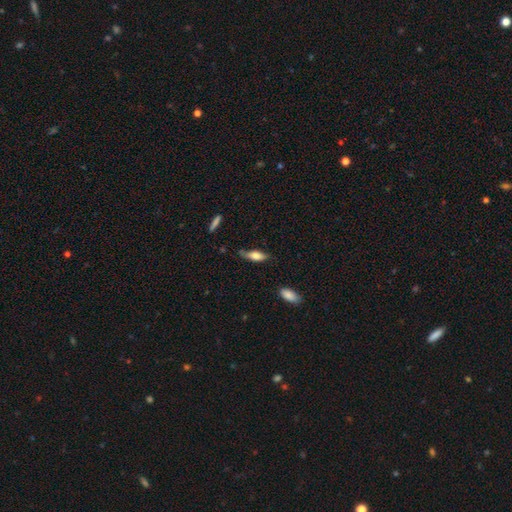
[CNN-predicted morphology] smooth 68%, featured or disk 25%, star or artifact 7%. Down the decision tree: how rounded — in between (62%); merging — none (60%).